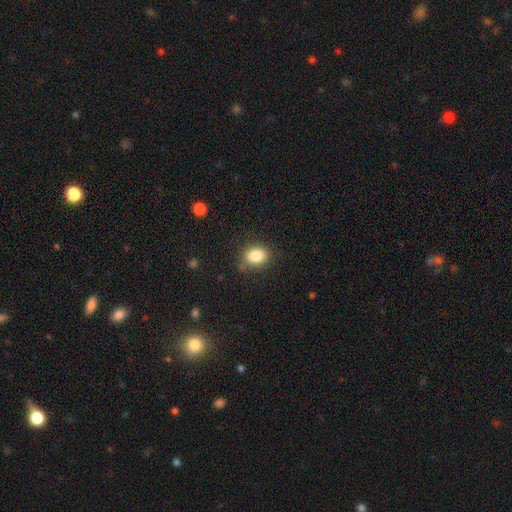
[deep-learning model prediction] Smooth or featured: smooth — 84% (star or artifact — 9%)
How rounded: in between — 70% (round — 29%)
Merging: none — 80% (minor disturbance — 14%)